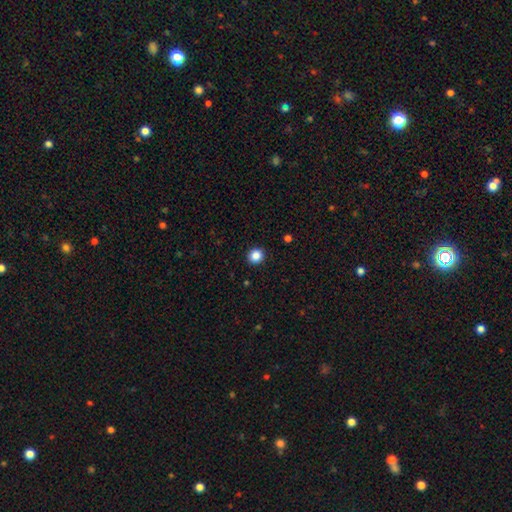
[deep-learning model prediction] The model was most divided on "smooth or featured": smooth: 86%, star or artifact: 10%, featured or disk: 4%. More confident: merging — none (92%); how rounded — round (89%).